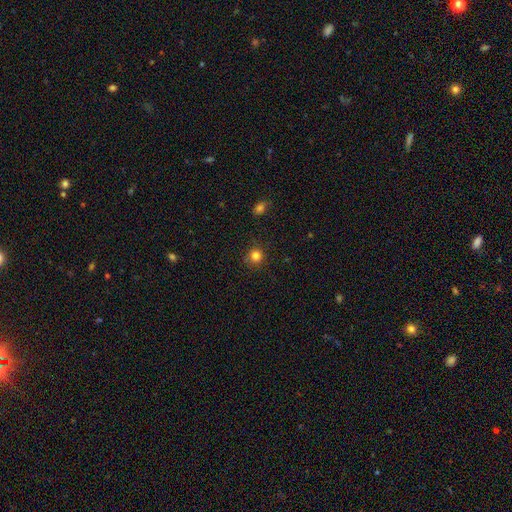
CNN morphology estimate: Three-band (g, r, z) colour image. It shows a smooth galaxy with no disk features (81%) that is round (92%). Merging: none (85%).